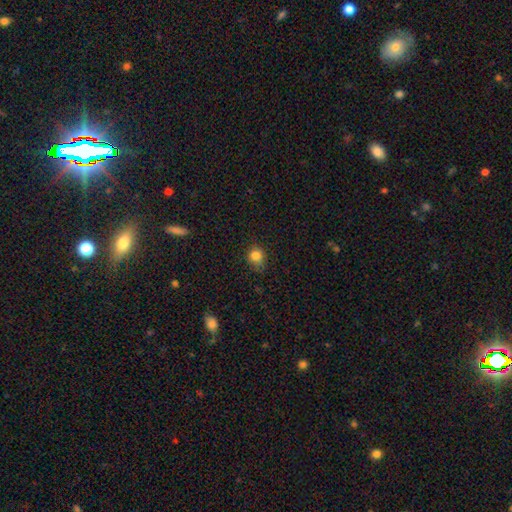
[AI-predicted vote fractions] A smooth galaxy with no disk features (83%) that is round (79%). Merging: none (74%).